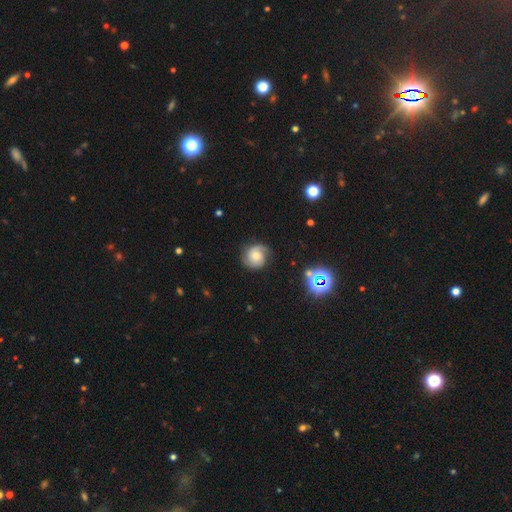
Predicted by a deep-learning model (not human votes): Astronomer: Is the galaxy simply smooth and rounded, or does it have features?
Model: featured or disk — 51% (runner-up: smooth, 38%).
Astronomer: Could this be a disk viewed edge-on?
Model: no — 97%.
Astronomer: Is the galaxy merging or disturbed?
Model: none — 72%.